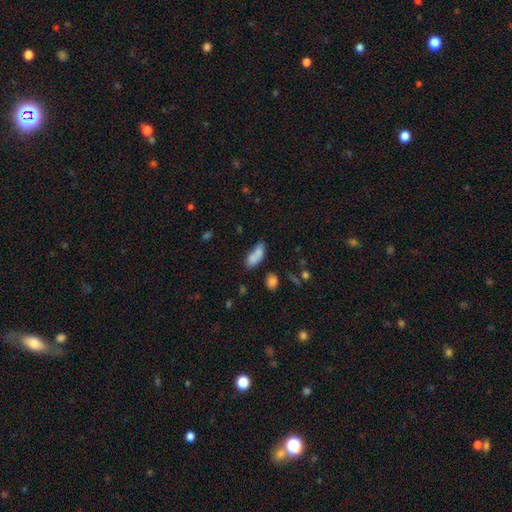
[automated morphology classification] smooth-or-featured: smooth: 77% | featured or disk: 14% | star or artifact: 9%
  how-rounded: in between: 79% | cigar-shaped: 13% | round: 7%
  merging: merger: 47% | none: 30% | minor disturbance: 16% | major disturbance: 7%